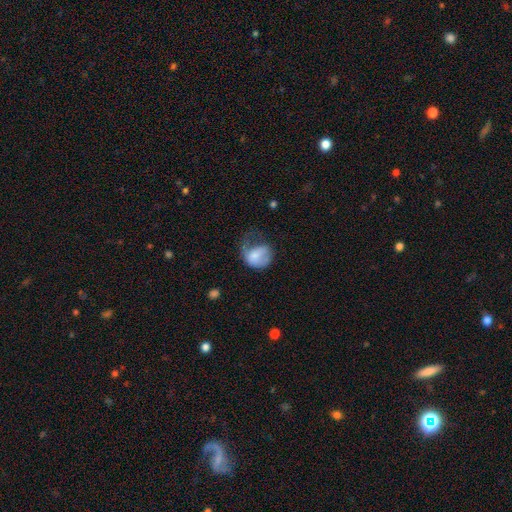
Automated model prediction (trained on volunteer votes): The model was most divided on "how rounded": round: 50%, in between: 48%, cigar-shaped: 1%. More confident: smooth or featured — smooth (64%); merging — major disturbance (57%).